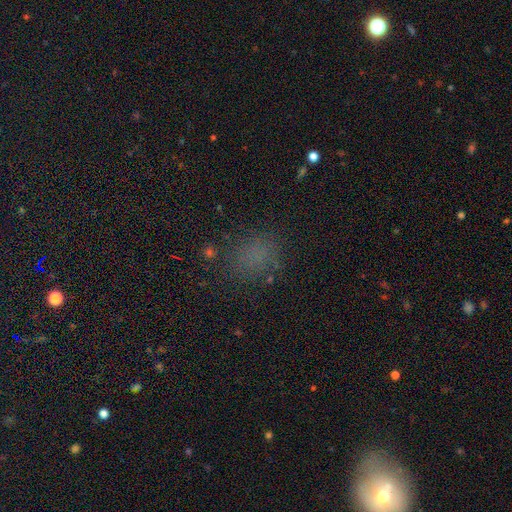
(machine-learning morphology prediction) smooth_or_featured: smooth (p=0.67) [alt: star or artifact p=0.26]
how_rounded: round (p=0.52) [alt: in between p=0.46]
merging: none (p=0.77) [alt: minor disturbance p=0.14]